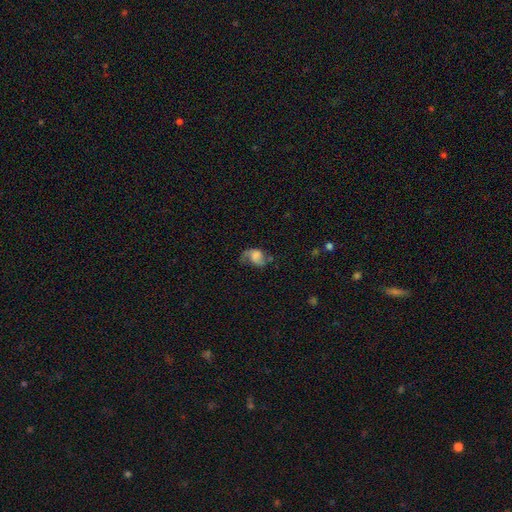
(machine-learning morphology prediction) Smooth or featured?
  - featured or disk: 53% *
  - smooth: 37%
  - star or artifact: 10%
Edge-on disk?
  - no: 97% *
  - yes: 3%
Bar?
  - no: 63% *
  - weak: 30%
  - strong: 7%
Spiral arms?
  - yes: 81% *
  - no: 19%
Bulge size?
  - none: 35% *
  - large: 25%
  - moderate: 17%
  - small: 16%
  - dominant: 7%
Merging?
  - none: 40% *
  - major disturbance: 31%
  - minor disturbance: 25%
  - merger: 4%